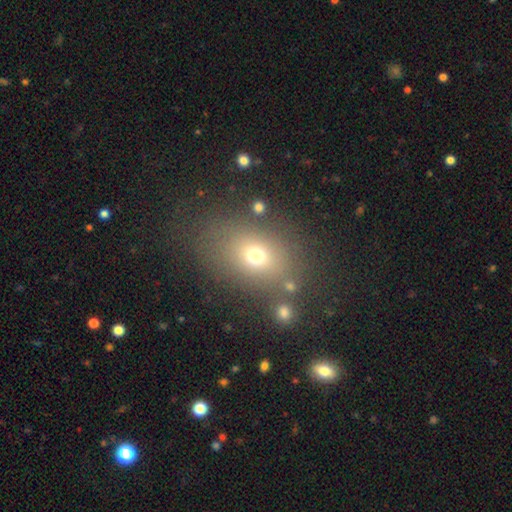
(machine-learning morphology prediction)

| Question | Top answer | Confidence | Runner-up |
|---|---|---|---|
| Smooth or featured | smooth | 68% | star or artifact (18%) |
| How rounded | in between | 64% | round (34%) |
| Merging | none | 74% | minor disturbance (13%) |